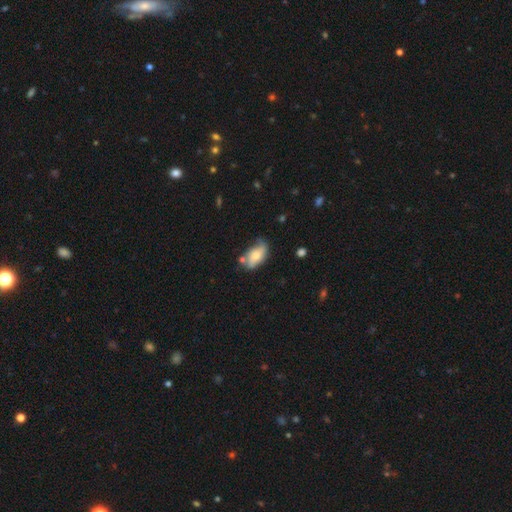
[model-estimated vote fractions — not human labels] The model was most divided on "merging": none: 49%, minor disturbance: 31%, merger: 12%, major disturbance: 8%. More confident: how rounded — in between (91%); smooth or featured — smooth (65%).